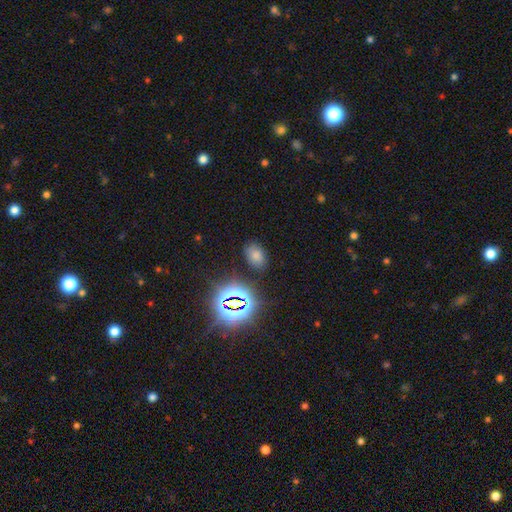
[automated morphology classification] Smooth or featured?
  - smooth: 70% *
  - star or artifact: 23%
  - featured or disk: 7%
How rounded?
  - in between: 81% *
  - round: 17%
  - cigar-shaped: 1%
Merging?
  - none: 81% *
  - minor disturbance: 12%
  - major disturbance: 4%
  - merger: 3%